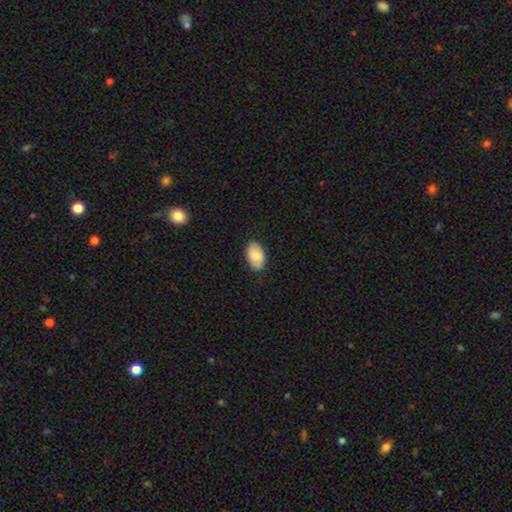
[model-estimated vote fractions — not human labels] Smooth or featured: smooth — 81% (featured or disk — 13%)
How rounded: in between — 92% (round — 7%)
Merging: none — 83% (minor disturbance — 13%)